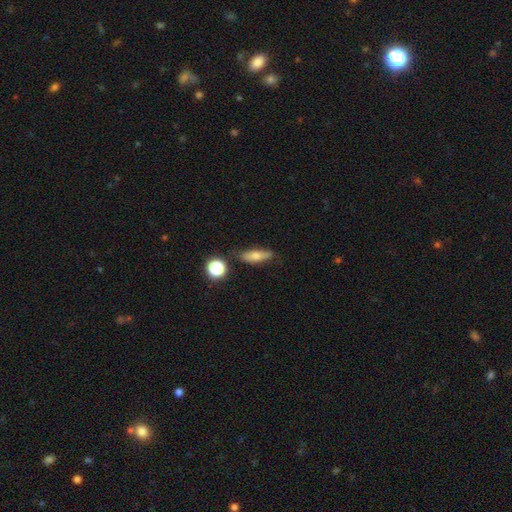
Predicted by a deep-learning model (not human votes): This appears to be a smooth galaxy with no disk features (56%) that is cigar-shaped (51%). Merging: none (78%).